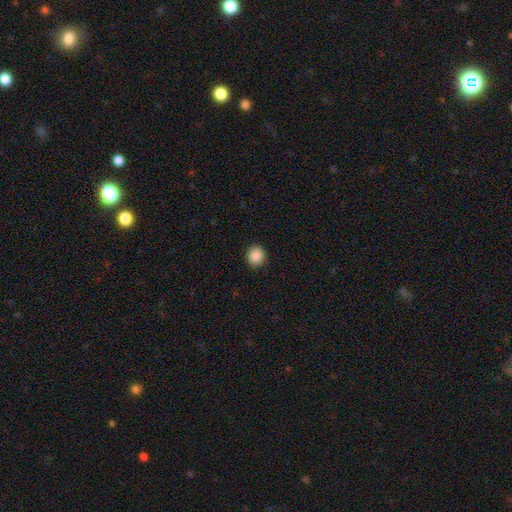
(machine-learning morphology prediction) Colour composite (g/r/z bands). It shows a smooth galaxy with no disk features (88%) that is round (86%). Merging: none (92%).